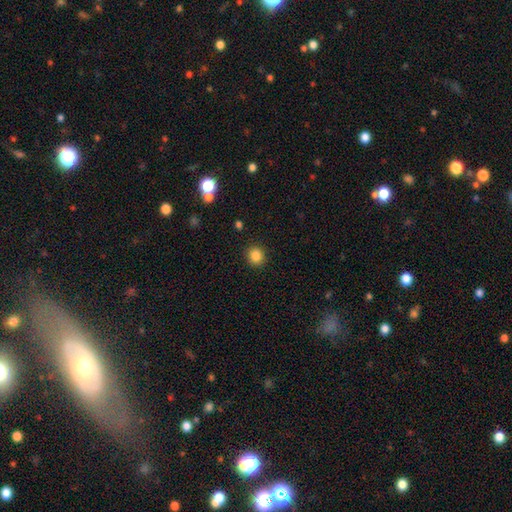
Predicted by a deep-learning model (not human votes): Smooth or featured? Predicted: smooth (p=0.86). How rounded? Predicted: round (p=0.88). Merging? Predicted: none (p=0.91).